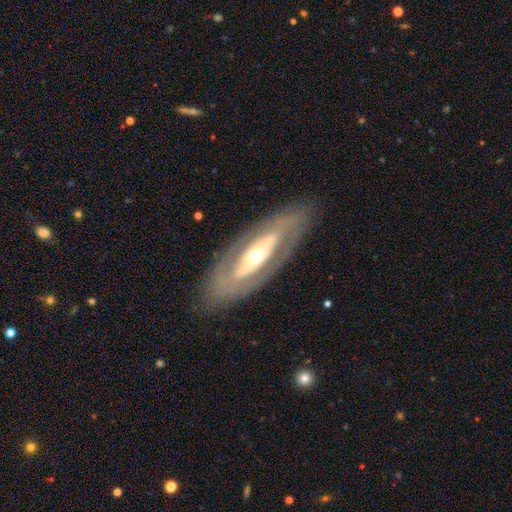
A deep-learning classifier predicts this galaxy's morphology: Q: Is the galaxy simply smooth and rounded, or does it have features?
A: featured or disk — 72%.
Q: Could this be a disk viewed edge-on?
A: no — 80%.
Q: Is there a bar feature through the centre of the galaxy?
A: no — 63%.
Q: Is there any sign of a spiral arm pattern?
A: no — 68%.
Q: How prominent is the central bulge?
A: moderate — 63%.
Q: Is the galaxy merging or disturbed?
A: none — 81%.